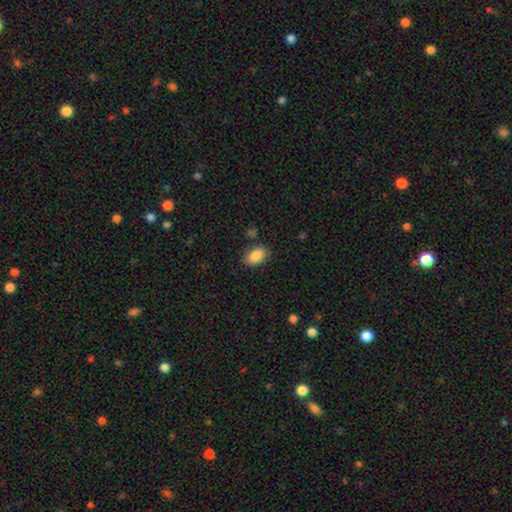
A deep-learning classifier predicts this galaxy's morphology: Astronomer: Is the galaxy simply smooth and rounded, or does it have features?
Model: smooth — 87%.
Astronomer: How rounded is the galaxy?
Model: in between — 91%.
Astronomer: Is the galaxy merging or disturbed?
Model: none — 82%.